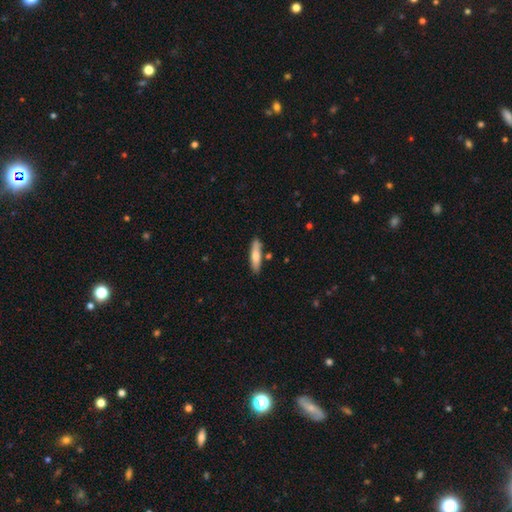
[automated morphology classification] This is likely a smooth galaxy (69%). How rounded: likely cigar-shaped (74%). Merging: clearly none (80%).